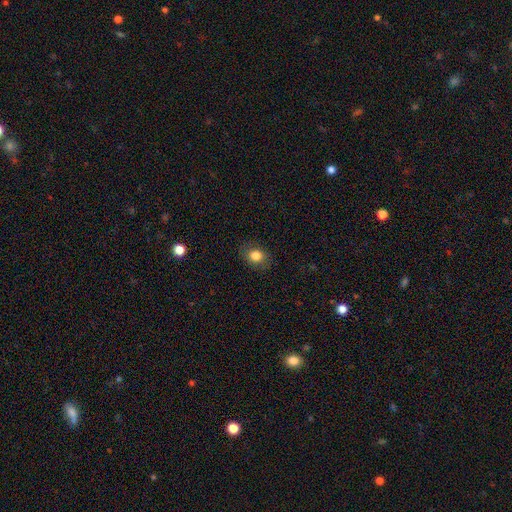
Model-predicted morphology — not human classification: This appears to be a smooth galaxy with no disk features (82%) that is in between round and cigar-shaped (52%). Merging: none (84%).